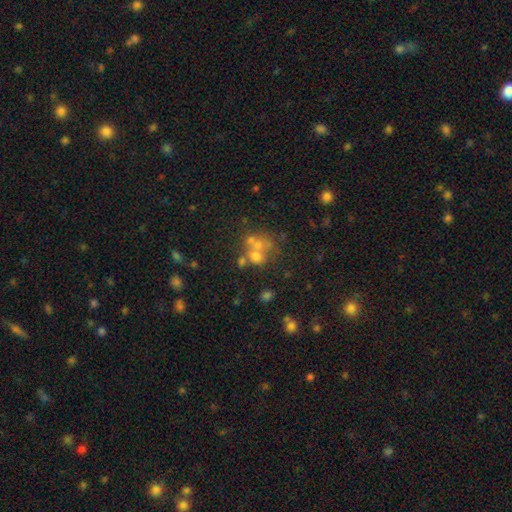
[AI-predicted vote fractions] This is marginally a star or artifact rather than a galaxy (42%).